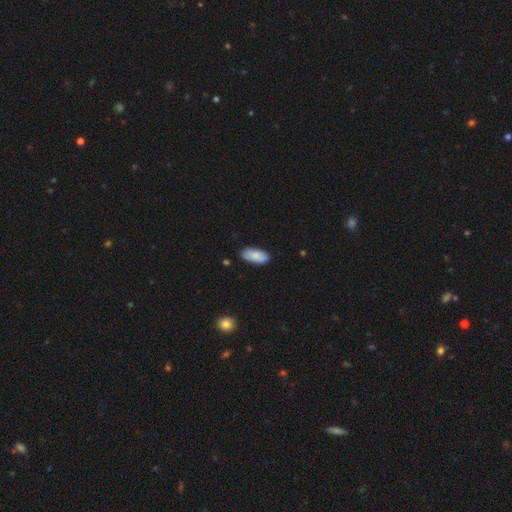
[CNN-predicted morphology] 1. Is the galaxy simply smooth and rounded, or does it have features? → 87% smooth, 7% featured or disk, 6% star or artifact.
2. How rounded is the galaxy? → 89% in between, 9% cigar-shaped, 2% round.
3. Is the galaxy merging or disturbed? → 86% none, 11% minor disturbance, 2% major disturbance, 1% merger.